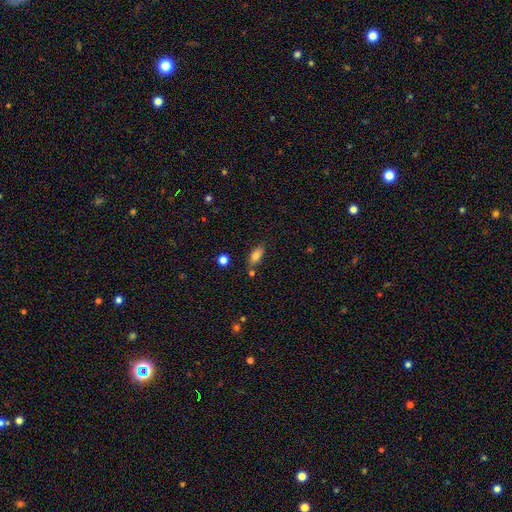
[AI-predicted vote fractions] A smooth galaxy with no disk features (81%) that is in between round and cigar-shaped (85%). Merging: none (72%).